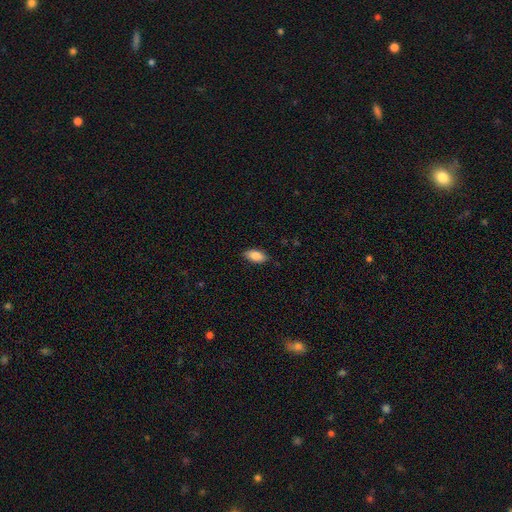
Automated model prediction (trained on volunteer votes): Q: Smooth or featured?
A: smooth (84%); runner-up: featured or disk (9%)
Q: How rounded?
A: in between (90%); runner-up: cigar-shaped (7%)
Q: Merging?
A: none (85%); runner-up: minor disturbance (12%)